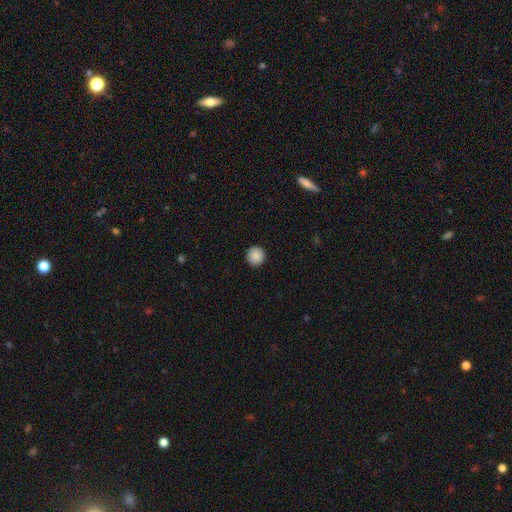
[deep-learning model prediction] smooth_or_featured: smooth (p=0.89) [alt: star or artifact p=0.08]
how_rounded: round (p=0.96) [alt: in between p=0.03]
merging: none (p=0.93) [alt: minor disturbance p=0.04]